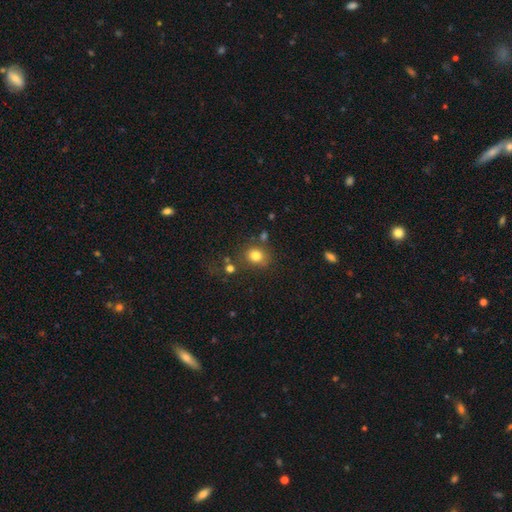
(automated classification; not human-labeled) This is clearly a smooth galaxy (80%). How rounded: likely round (71%). Merging: likely none (73%).